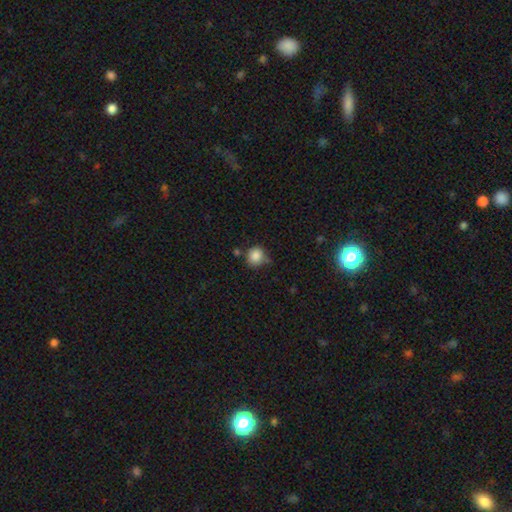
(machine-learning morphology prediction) Smooth or featured? Predicted: smooth (p=0.86). How rounded? Predicted: round (p=0.86). Merging? Predicted: none (p=0.72).